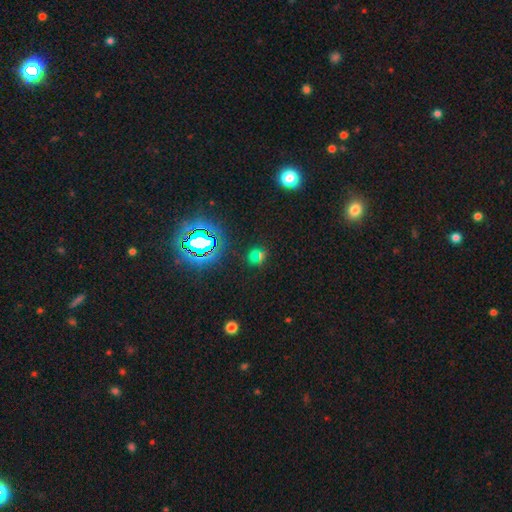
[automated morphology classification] Smooth or featured? star or artifact (49%)